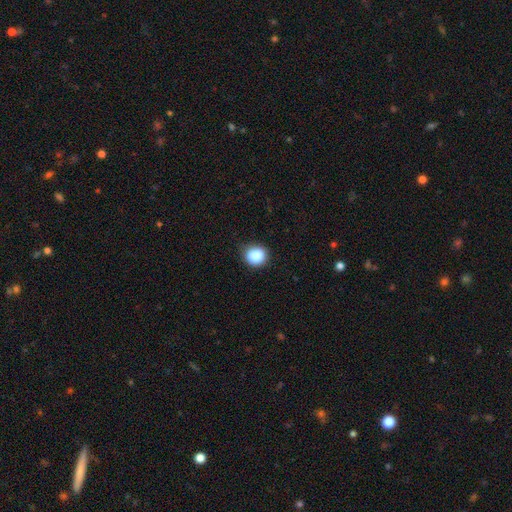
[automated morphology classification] smooth-or-featured: smooth: 88% | star or artifact: 9% | featured or disk: 3%
  how-rounded: round: 80% | in between: 19% | cigar-shaped: 1%
  merging: none: 80% | minor disturbance: 16% | major disturbance: 3% | merger: 1%